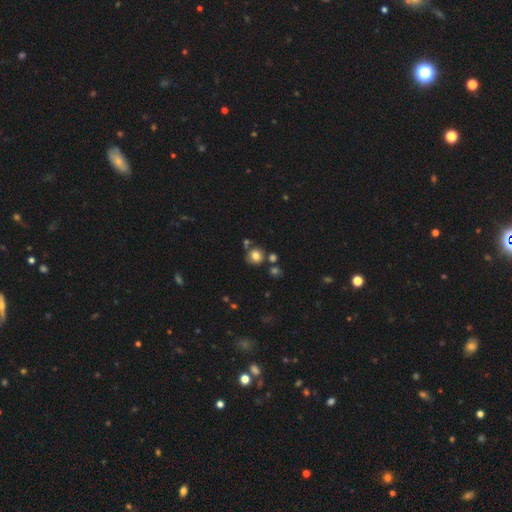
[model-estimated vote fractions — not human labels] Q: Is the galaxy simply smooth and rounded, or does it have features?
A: smooth — 77%.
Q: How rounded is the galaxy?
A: round — 87%.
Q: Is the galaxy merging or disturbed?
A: none — 68%.